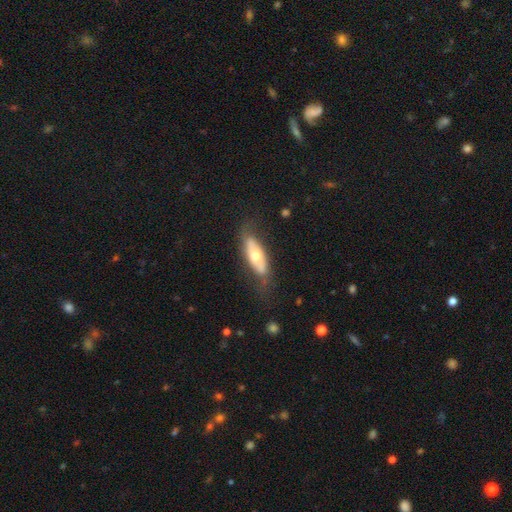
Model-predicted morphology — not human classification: smooth 48%, featured or disk 47%, star or artifact 6%. Down the decision tree: merging — none (66%).